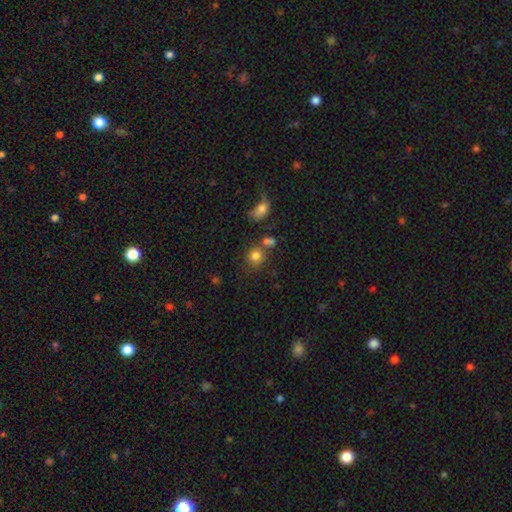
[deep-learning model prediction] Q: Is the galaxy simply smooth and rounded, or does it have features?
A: smooth — 81%.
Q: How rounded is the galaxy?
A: round — 78%.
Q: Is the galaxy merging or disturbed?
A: none — 57%.